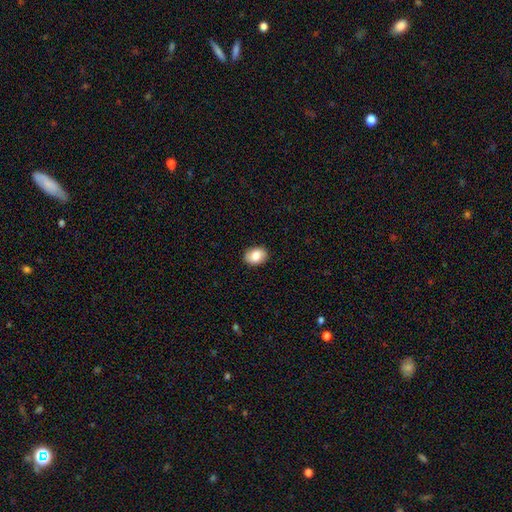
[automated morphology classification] smooth_or_featured: smooth (p=0.83) [alt: featured or disk p=0.09]
how_rounded: in between (p=0.72) [alt: round p=0.27]
merging: none (p=0.88) [alt: minor disturbance p=0.09]